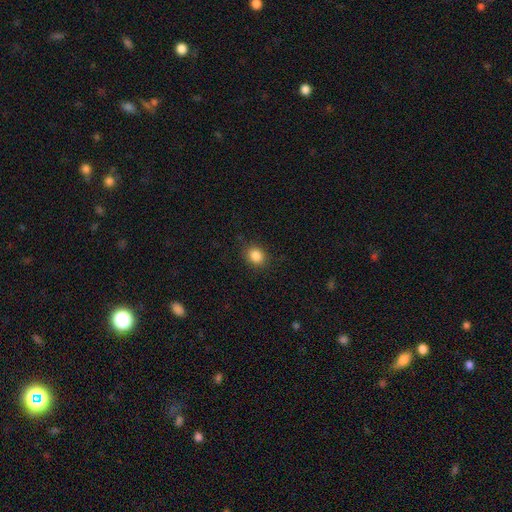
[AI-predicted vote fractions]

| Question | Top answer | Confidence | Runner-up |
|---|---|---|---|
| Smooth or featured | smooth | 86% | star or artifact (10%) |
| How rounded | round | 59% | in between (40%) |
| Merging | none | 86% | minor disturbance (10%) |